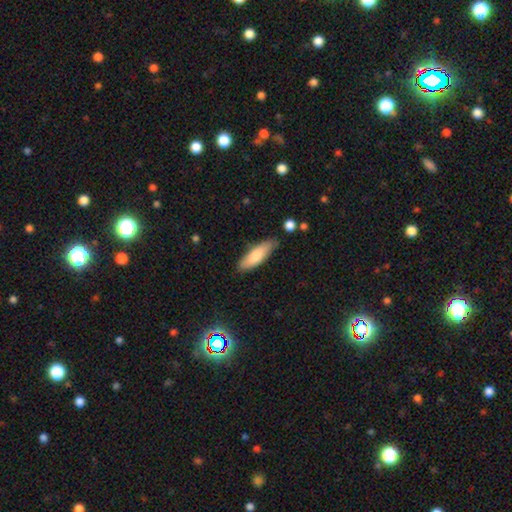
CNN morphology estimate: Smooth or featured? smooth (77%)
How rounded? in between (58%)
Merging? none (79%)